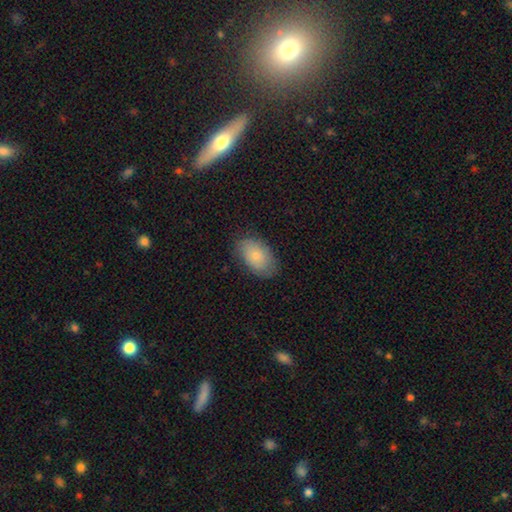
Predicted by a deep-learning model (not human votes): This is likely a smooth galaxy (77%). How rounded: clearly in between (92%). Merging: likely none (78%).